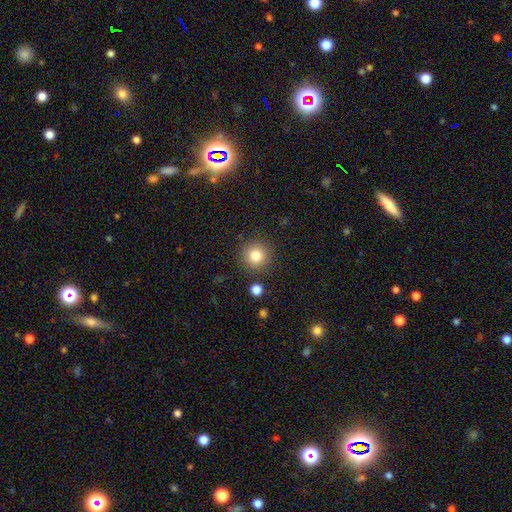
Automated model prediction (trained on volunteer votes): smooth_or_featured: smooth (p=0.82) [alt: star or artifact p=0.11]
how_rounded: round (p=0.94) [alt: in between p=0.05]
merging: none (p=0.87) [alt: minor disturbance p=0.07]